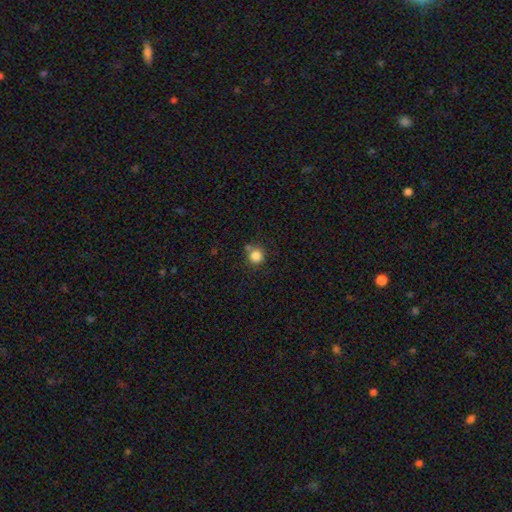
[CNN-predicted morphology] smooth_or_featured: smooth (p=0.84) [alt: star or artifact p=0.11]
how_rounded: round (p=0.92) [alt: in between p=0.07]
merging: none (p=0.72) [alt: merger p=0.13]